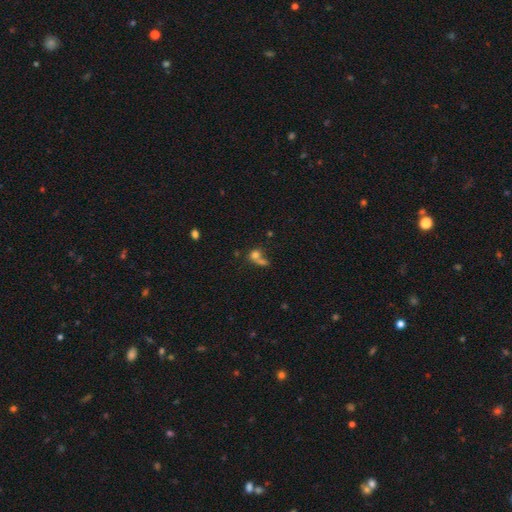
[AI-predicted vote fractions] Smooth or featured?
  - smooth: 71% *
  - featured or disk: 15%
  - star or artifact: 14%
How rounded?
  - round: 62% *
  - in between: 34%
  - cigar-shaped: 3%
Merging?
  - merger: 51% *
  - none: 30%
  - major disturbance: 10%
  - minor disturbance: 9%